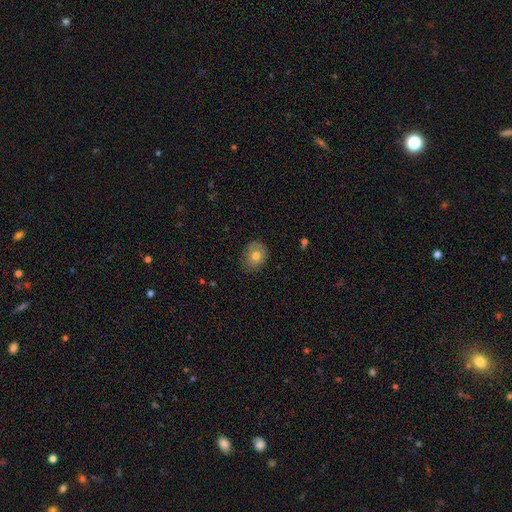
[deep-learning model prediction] A smooth galaxy with no disk features (74%) that is round (52%).

Vote fractions:
- Smooth or featured? smooth: 74% / featured or disk: 17% / star or artifact: 9%
- How rounded? round: 52% / in between: 47% / cigar-shaped: 1%
- Merging? none: 74% / minor disturbance: 20% / major disturbance: 4% / merger: 1%